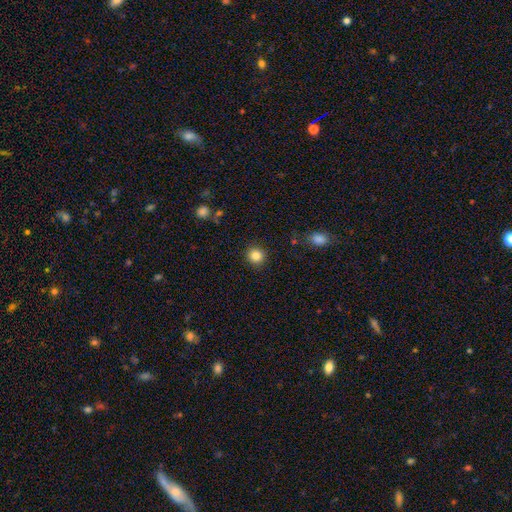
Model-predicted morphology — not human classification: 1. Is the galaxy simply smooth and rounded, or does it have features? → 85% smooth, 11% star or artifact, 5% featured or disk.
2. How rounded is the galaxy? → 89% round, 10% in between, 1% cigar-shaped.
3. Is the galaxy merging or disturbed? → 90% none, 7% minor disturbance, 2% major disturbance, 1% merger.